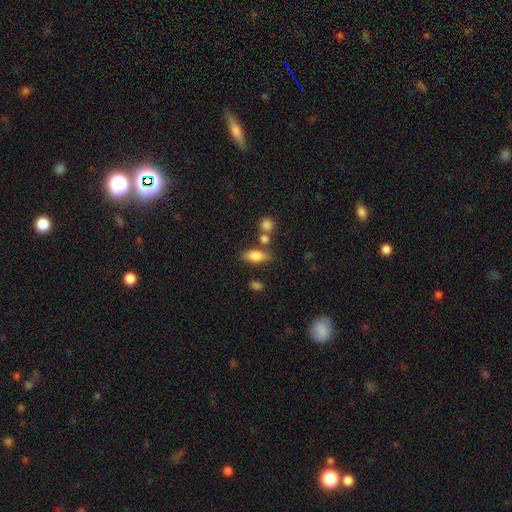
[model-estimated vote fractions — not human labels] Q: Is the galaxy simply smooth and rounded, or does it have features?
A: smooth — 77%.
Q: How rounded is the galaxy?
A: in between — 81%.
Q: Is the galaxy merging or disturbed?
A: none — 65%.